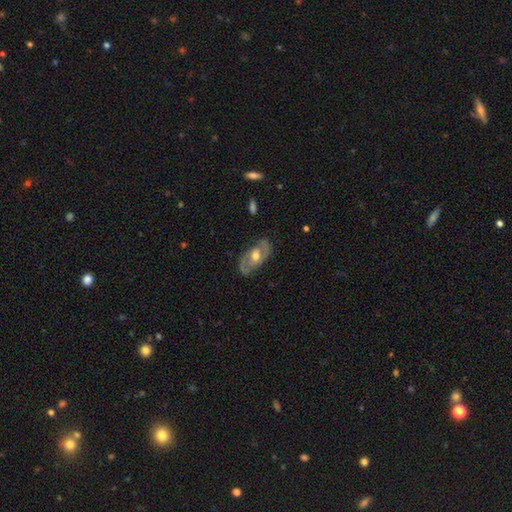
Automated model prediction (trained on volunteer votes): This is likely a featured or disk galaxy (72%). It is clearly not viewed edge-on (91%). Bar: possibly no (49%). Spiral arm pattern: likely yes (68%). Central bulge: likely moderate (73%). Merging: likely none (79%).